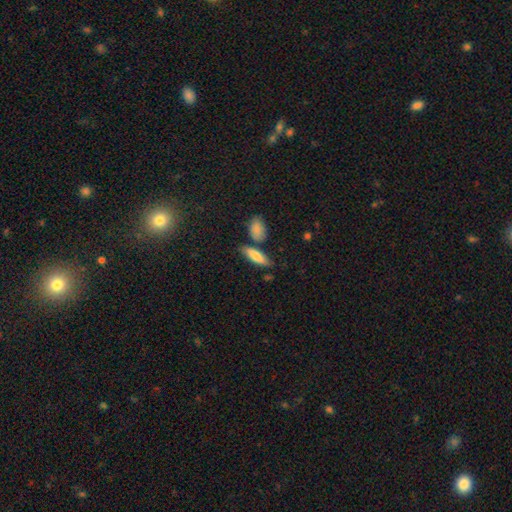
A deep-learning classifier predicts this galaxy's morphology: A smooth galaxy with no disk features (76%) that is in between round and cigar-shaped (49%). Merging: none (68%).